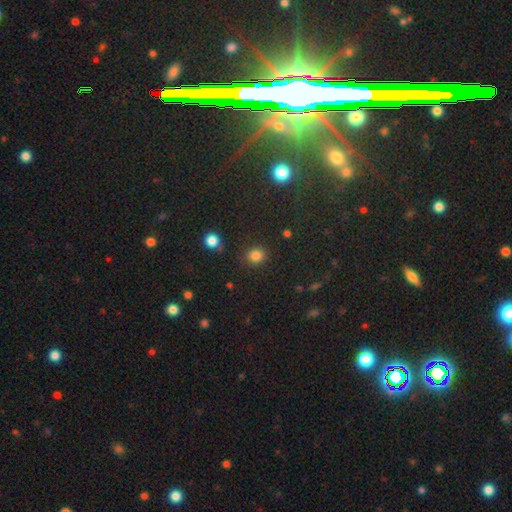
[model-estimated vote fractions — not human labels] Smooth or featured: smooth — 81% (star or artifact — 14%)
How rounded: round — 83% (in between — 16%)
Merging: none — 85% (minor disturbance — 9%)